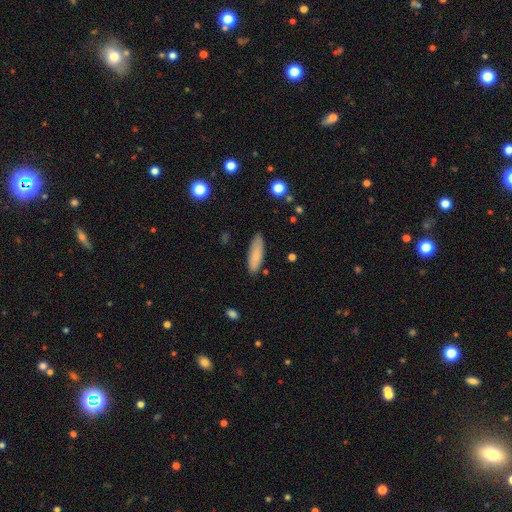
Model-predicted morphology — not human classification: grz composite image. It shows a smooth galaxy with no disk features (84%) that is cigar-shaped (53%). Merging: none (84%).